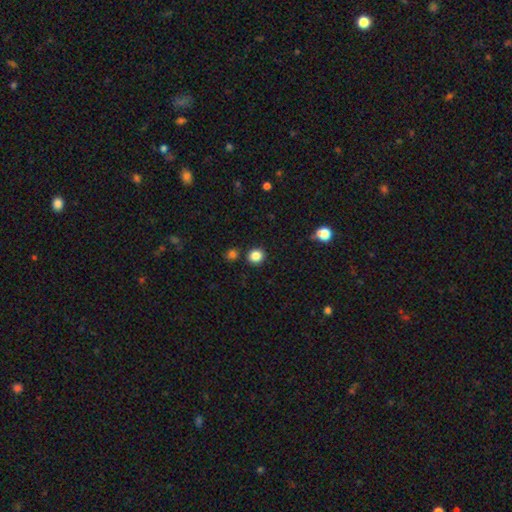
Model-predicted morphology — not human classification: Overall: smooth (85%). How rounded: round (86%). Merging: none (87%).